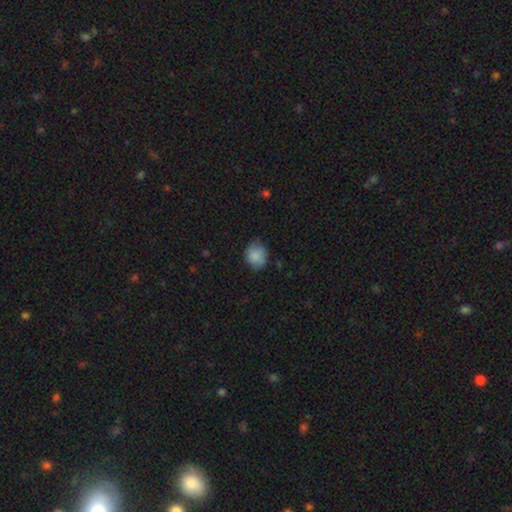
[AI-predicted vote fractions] Smooth or featured: smooth — 83% (featured or disk — 9%)
How rounded: round — 67% (in between — 32%)
Merging: none — 69% (minor disturbance — 25%)